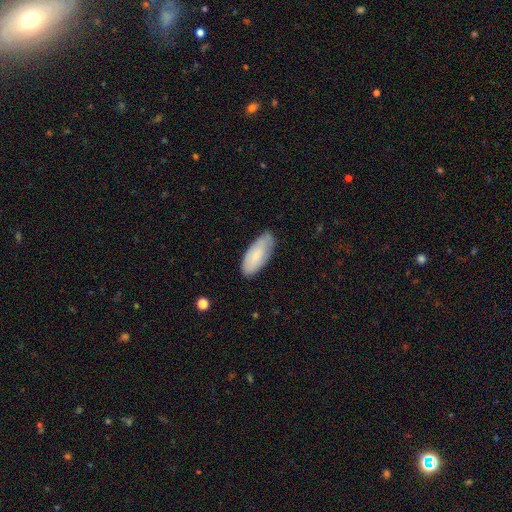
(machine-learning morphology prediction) smooth 76%, featured or disk 18%, star or artifact 6%. Down the decision tree: how rounded — in between (87%); merging — none (77%).